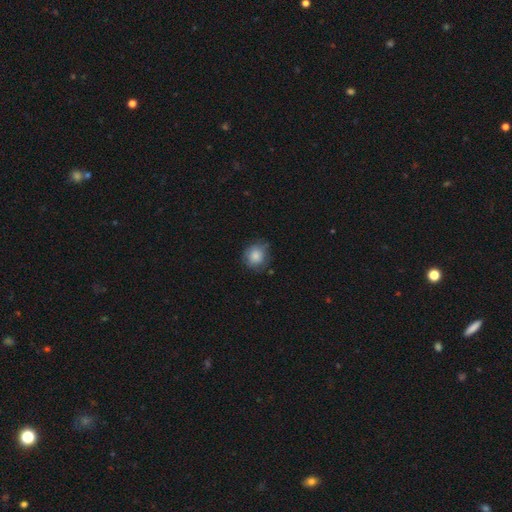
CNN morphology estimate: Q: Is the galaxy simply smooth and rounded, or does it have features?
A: smooth — 81%.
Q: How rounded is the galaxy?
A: round — 82%.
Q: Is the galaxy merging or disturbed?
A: none — 68%.